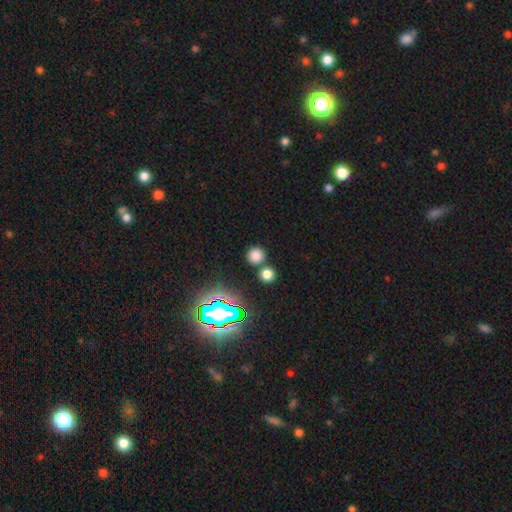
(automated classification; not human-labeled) Smooth or featured?
  - smooth: 74% *
  - star or artifact: 20%
  - featured or disk: 6%
How rounded?
  - round: 91% *
  - in between: 8%
  - cigar-shaped: 1%
Merging?
  - none: 76% *
  - merger: 14%
  - minor disturbance: 7%
  - major disturbance: 3%